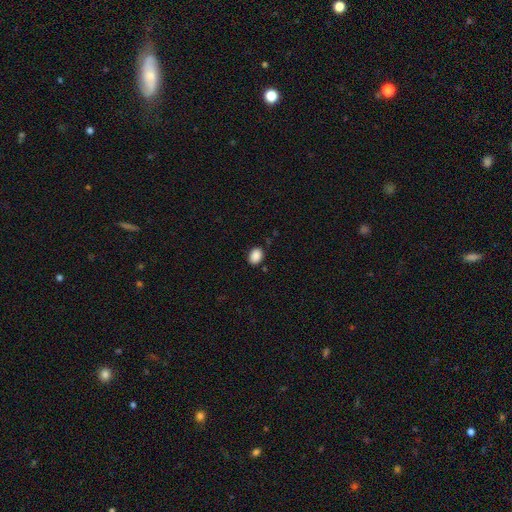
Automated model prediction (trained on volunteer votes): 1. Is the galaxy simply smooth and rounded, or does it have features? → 89% smooth, 8% star or artifact, 3% featured or disk.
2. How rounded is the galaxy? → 67% in between, 32% round, 1% cigar-shaped.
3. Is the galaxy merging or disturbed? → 86% none, 10% minor disturbance, 2% major disturbance, 1% merger.